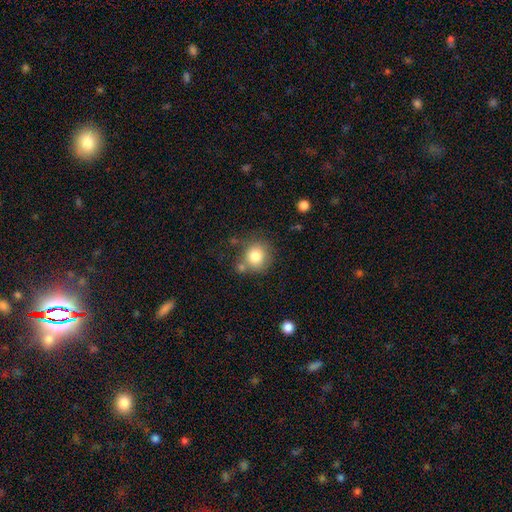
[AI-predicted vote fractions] Overall: smooth (81%). How rounded: round (86%). Merging: none (67%).